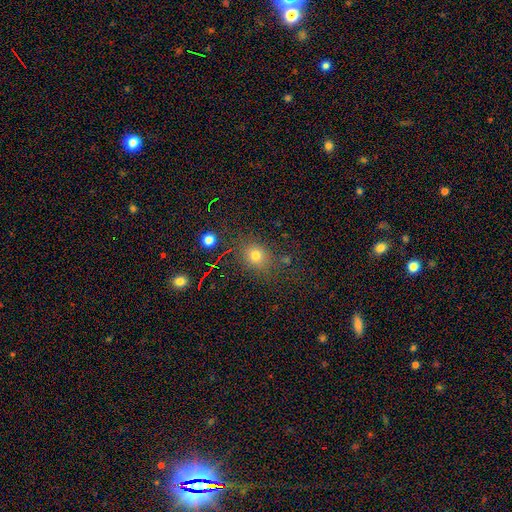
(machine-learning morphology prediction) smooth-or-featured: smooth: 73% | star or artifact: 19% | featured or disk: 8%
  how-rounded: round: 67% | in between: 31% | cigar-shaped: 2%
  merging: none: 77% | minor disturbance: 12% | major disturbance: 6% | merger: 5%